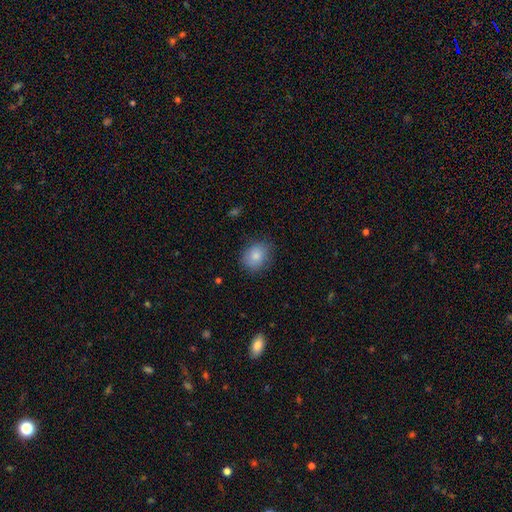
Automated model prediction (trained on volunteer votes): Overall: smooth (83%). How rounded: round (55%; in between 44%). Merging: none (78%).